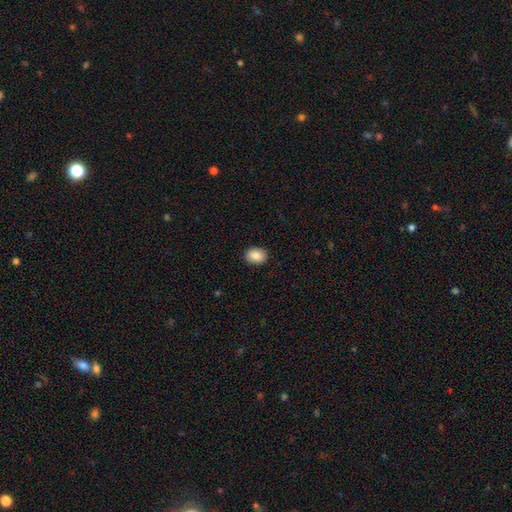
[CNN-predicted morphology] A smooth galaxy with no disk features (86%) that is in between round and cigar-shaped (62%).

Vote fractions:
- Smooth or featured? smooth: 86% / star or artifact: 7% / featured or disk: 6%
- How rounded? in between: 62% / round: 37% / cigar-shaped: 1%
- Merging? none: 90% / minor disturbance: 7% / major disturbance: 2% / merger: 1%